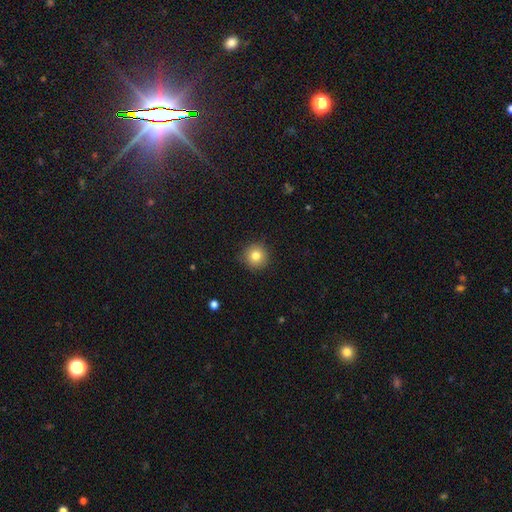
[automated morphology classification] smooth_or_featured: smooth (p=0.81) [alt: star or artifact p=0.11]
how_rounded: round (p=0.95) [alt: in between p=0.04]
merging: none (p=0.90) [alt: minor disturbance p=0.07]